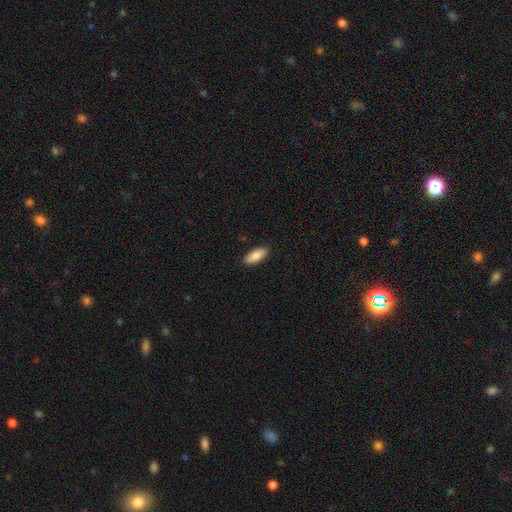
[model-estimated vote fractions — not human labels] Smooth or featured?
  - smooth: 86% *
  - featured or disk: 8%
  - star or artifact: 6%
How rounded?
  - in between: 80% *
  - cigar-shaped: 18%
  - round: 2%
Merging?
  - none: 89% *
  - minor disturbance: 8%
  - major disturbance: 2%
  - merger: 1%